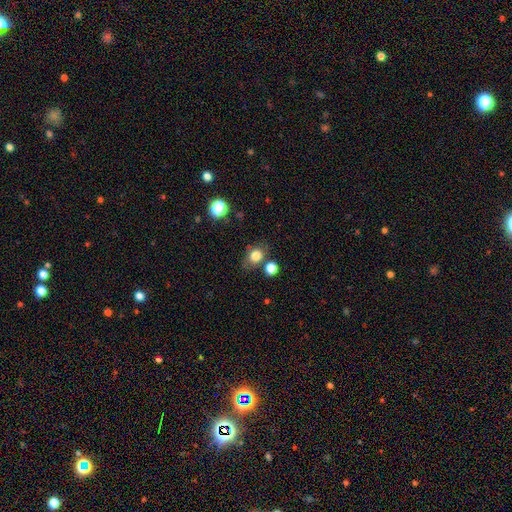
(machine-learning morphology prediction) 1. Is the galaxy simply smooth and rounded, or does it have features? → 80% smooth, 12% star or artifact, 8% featured or disk.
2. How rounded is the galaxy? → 62% round, 37% in between, 1% cigar-shaped.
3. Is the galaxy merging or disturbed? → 66% none, 17% minor disturbance, 11% merger, 6% major disturbance.